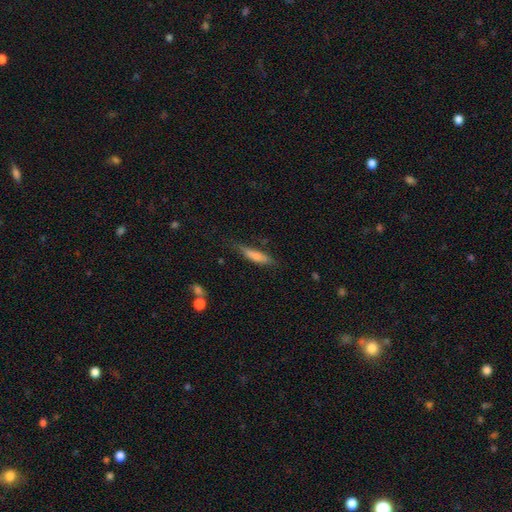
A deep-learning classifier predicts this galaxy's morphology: This is likely a smooth galaxy (74%). How rounded: likely cigar-shaped (73%). Merging: likely none (60%).